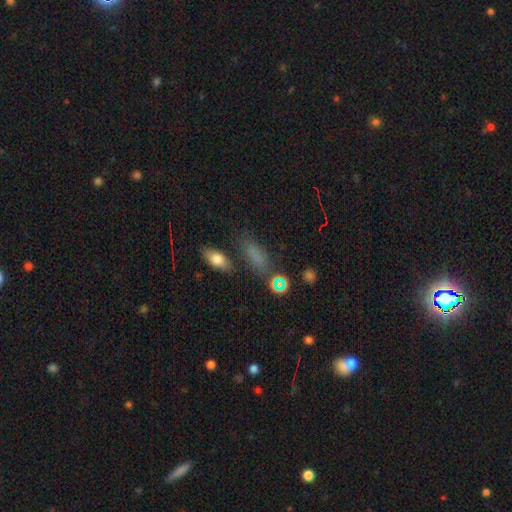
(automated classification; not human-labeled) Smooth or featured? Predicted: smooth (p=0.65). How rounded? Predicted: in between (p=0.64). Merging? Predicted: none (p=0.66).